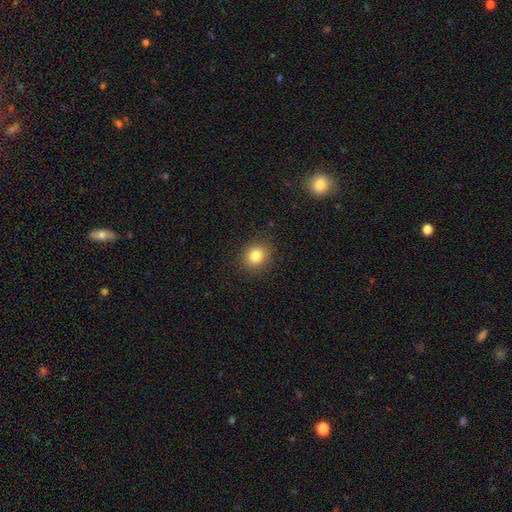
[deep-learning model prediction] smooth-or-featured: smooth: 83% | star or artifact: 11% | featured or disk: 6%
  how-rounded: round: 73% | in between: 26% | cigar-shaped: 1%
  merging: none: 88% | minor disturbance: 8% | major disturbance: 3% | merger: 1%